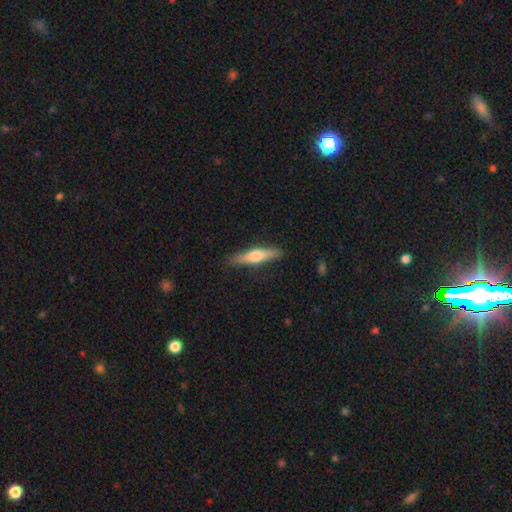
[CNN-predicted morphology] smooth-or-featured: smooth: 50% | featured or disk: 44% | star or artifact: 6%
  how-rounded: cigar-shaped: 81% | in between: 17% | round: 2%
  merging: none: 87% | minor disturbance: 10% | major disturbance: 2% | merger: 1%